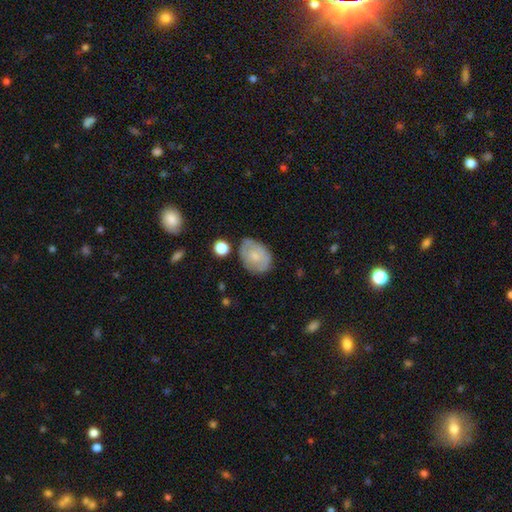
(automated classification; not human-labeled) smooth 61%, featured or disk 32%, star or artifact 7%. Down the decision tree: how rounded — in between (73%); merging — none (66%).